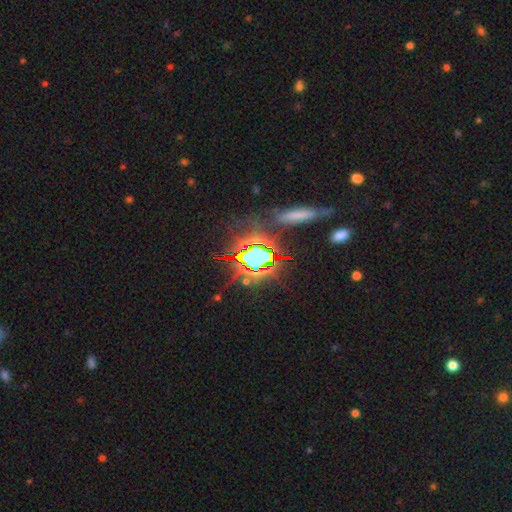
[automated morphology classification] Smooth or featured? star or artifact (73%)